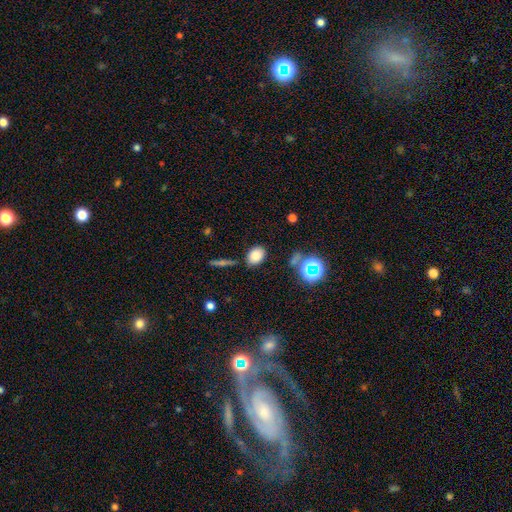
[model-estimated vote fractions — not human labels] This is likely a smooth galaxy (79%). How rounded: likely in between (71%). Merging: likely none (78%).